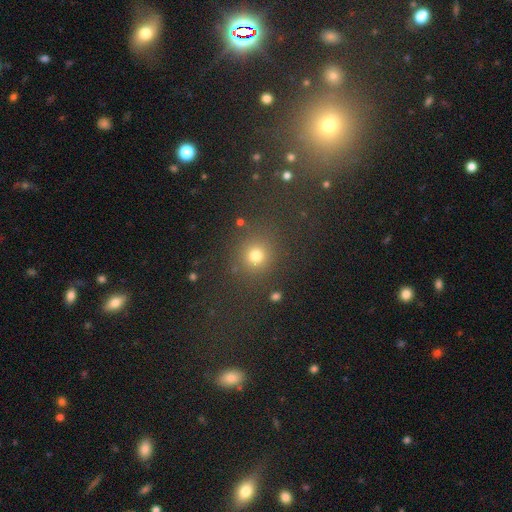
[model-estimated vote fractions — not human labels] Smooth or featured? Predicted: smooth (p=0.72). How rounded? Predicted: round (p=0.88). Merging? Predicted: none (p=0.82).